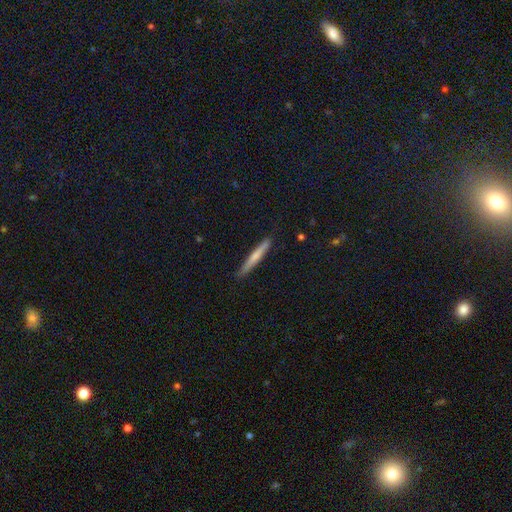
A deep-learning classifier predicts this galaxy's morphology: Smooth or featured? Predicted: smooth (p=0.62). How rounded? Predicted: cigar-shaped (p=0.96). Merging? Predicted: none (p=0.88).